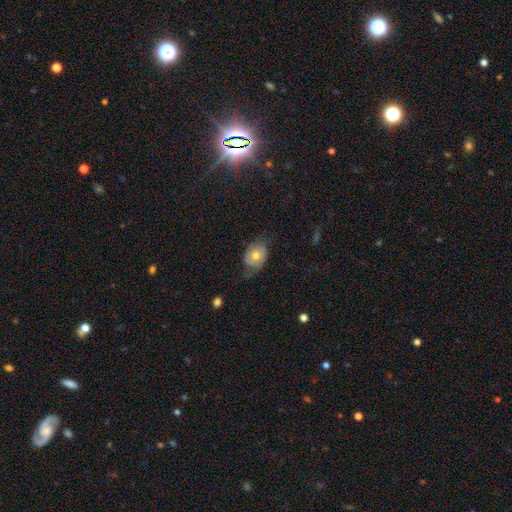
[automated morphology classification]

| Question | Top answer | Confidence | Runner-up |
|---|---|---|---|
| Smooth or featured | smooth | 57% | featured or disk (34%) |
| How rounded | in between | 70% | round (29%) |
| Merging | none | 51% | minor disturbance (31%) |